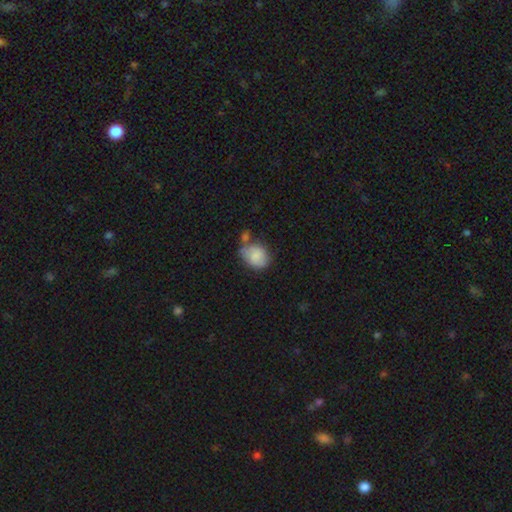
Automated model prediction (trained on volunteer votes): smooth-or-featured: smooth: 80% | featured or disk: 13% | star or artifact: 7%
  how-rounded: in between: 56% | round: 43% | cigar-shaped: 1%
  merging: none: 44% | minor disturbance: 24% | merger: 23% | major disturbance: 9%